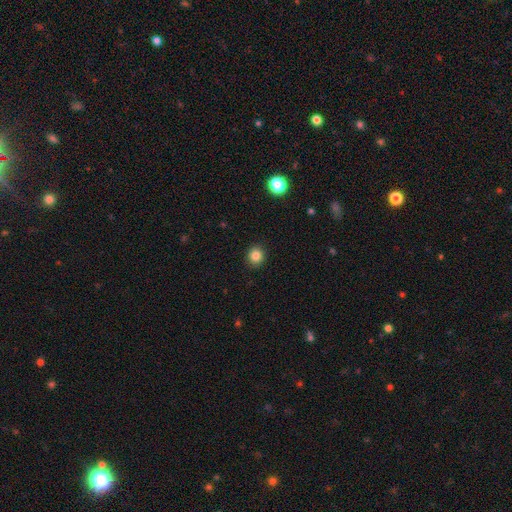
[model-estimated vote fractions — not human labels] Smooth or featured? smooth (84%)
How rounded? round (87%)
Merging? none (92%)